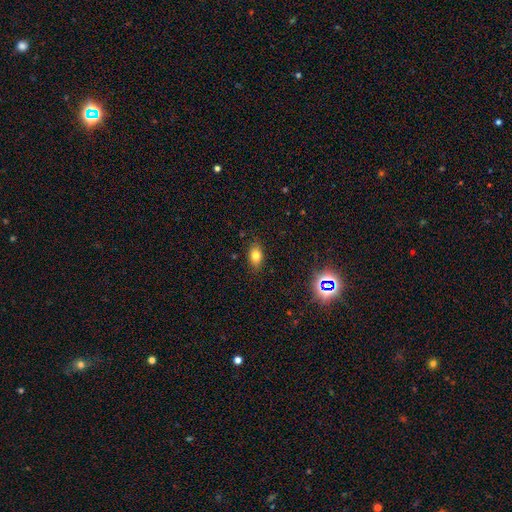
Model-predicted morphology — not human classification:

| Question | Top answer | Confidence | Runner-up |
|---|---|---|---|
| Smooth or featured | smooth | 78% | star or artifact (12%) |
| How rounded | in between | 85% | round (12%) |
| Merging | none | 86% | minor disturbance (11%) |